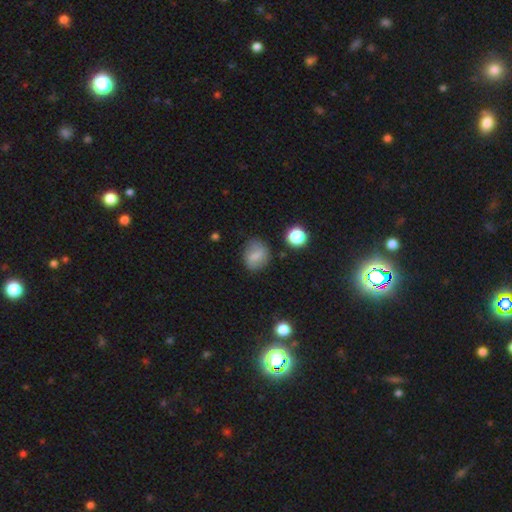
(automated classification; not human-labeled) smooth-or-featured: smooth: 67% | featured or disk: 23% | star or artifact: 10%
  how-rounded: round: 62% | in between: 37% | cigar-shaped: 1%
  merging: none: 75% | minor disturbance: 17% | major disturbance: 5% | merger: 3%